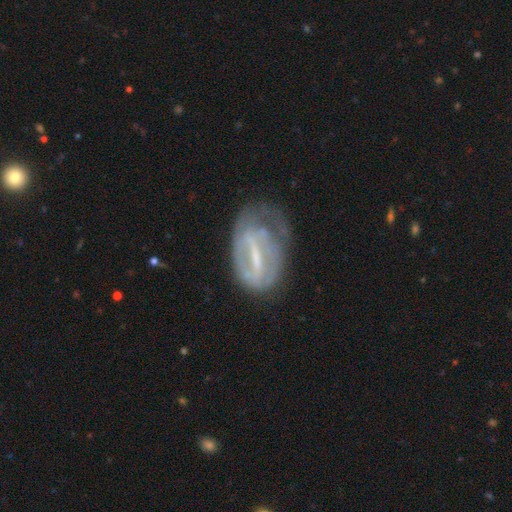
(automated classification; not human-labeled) The model was most divided on "bulge size": small: 42%, none: 31%, moderate: 23%, large: 3%, dominant: 1%. Remaining: edge-on disk — no (94%); smooth or featured — featured or disk (71%); bar — strong (61%); spiral arms — yes (56%); merging — none (44%).